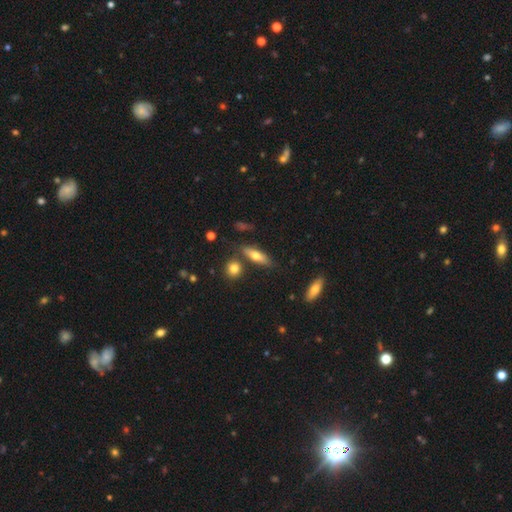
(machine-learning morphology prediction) Overall: smooth (63%; featured or disk 29%). How rounded: cigar-shaped (49%; in between 47%). Merging: none (75%).